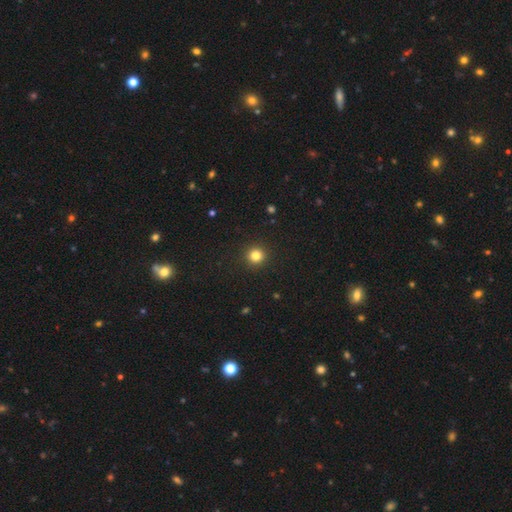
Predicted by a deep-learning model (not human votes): Smooth or featured: smooth — 82% (star or artifact — 13%)
How rounded: round — 95% (in between — 4%)
Merging: none — 93% (minor disturbance — 4%)